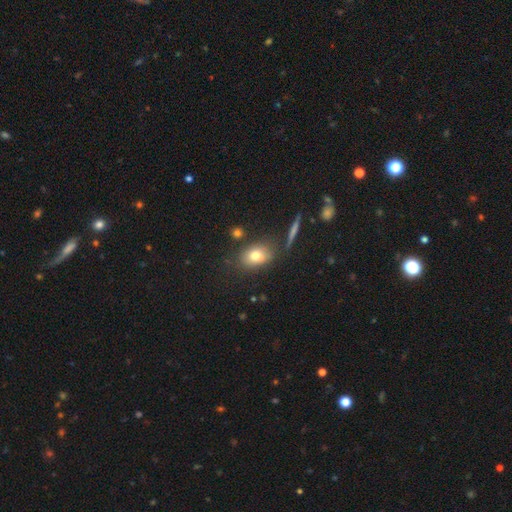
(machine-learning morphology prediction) smooth_or_featured: smooth (p=0.76) [alt: featured or disk p=0.14]
how_rounded: in between (p=0.76) [alt: round p=0.21]
merging: none (p=0.72) [alt: minor disturbance p=0.15]